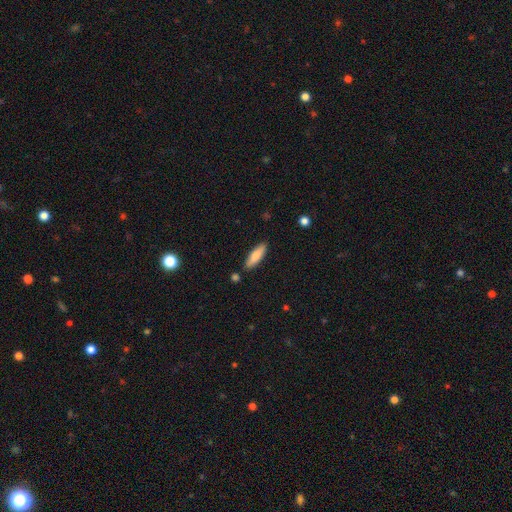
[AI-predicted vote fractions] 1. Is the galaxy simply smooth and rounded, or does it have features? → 77% smooth, 17% featured or disk, 6% star or artifact.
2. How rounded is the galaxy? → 54% cigar-shaped, 45% in between, 2% round.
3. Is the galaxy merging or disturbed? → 85% none, 10% minor disturbance, 3% merger, 2% major disturbance.